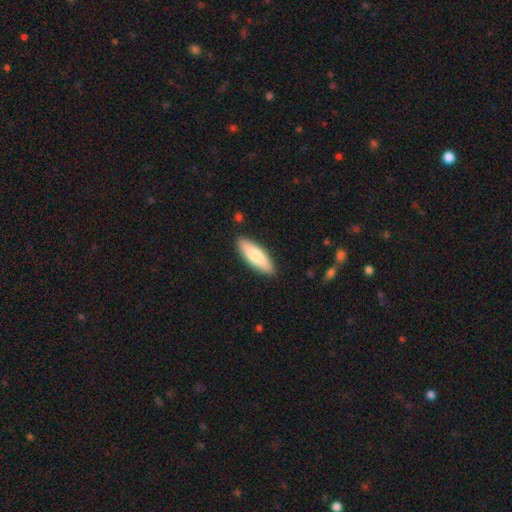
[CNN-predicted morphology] smooth 77%, featured or disk 18%, star or artifact 5%. Down the decision tree: how rounded — in between (53%); merging — none (88%).